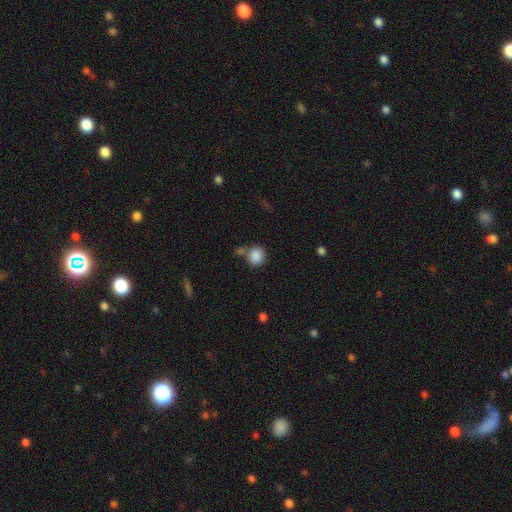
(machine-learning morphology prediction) smooth 87%, star or artifact 9%, featured or disk 4%. Down the decision tree: how rounded — round (85%); merging — none (62%).